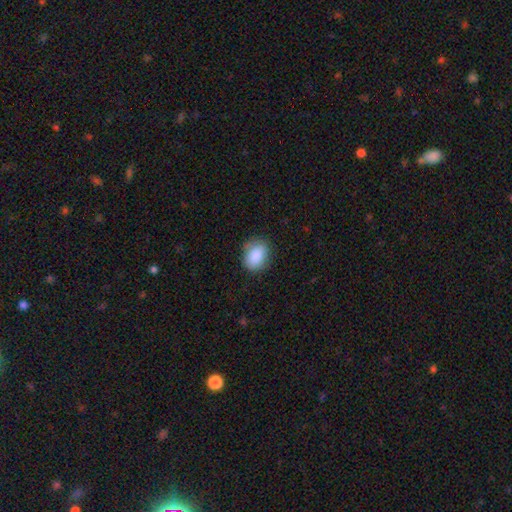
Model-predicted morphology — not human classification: type=smooth (88%); roundness=in between (65%); merging=none (78%).